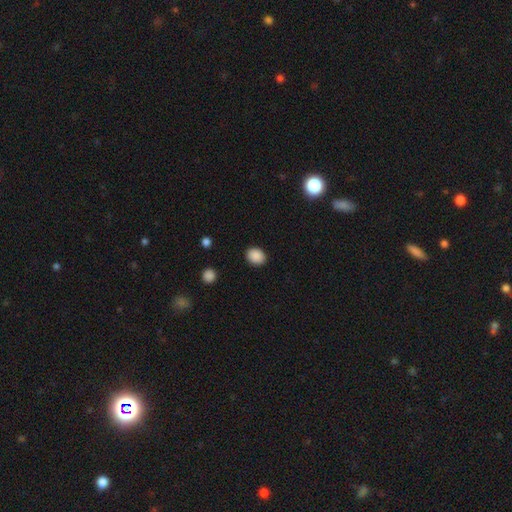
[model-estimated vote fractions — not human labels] Overall: smooth (89%). How rounded: in between (50%; round 49%). Merging: none (89%).